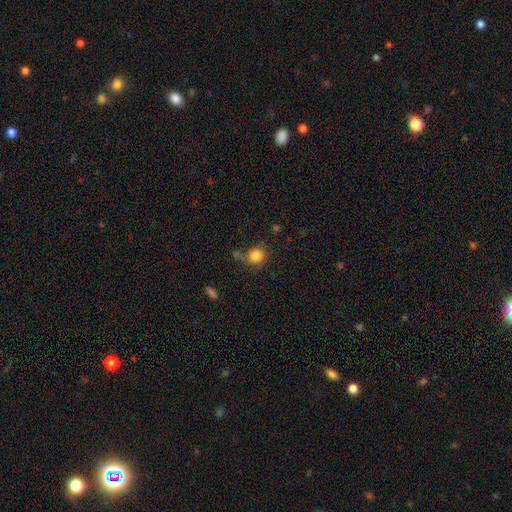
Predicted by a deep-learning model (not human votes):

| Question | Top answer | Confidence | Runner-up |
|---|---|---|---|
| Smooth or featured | smooth | 84% | star or artifact (10%) |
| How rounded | round | 79% | in between (20%) |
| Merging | none | 64% | minor disturbance (18%) |